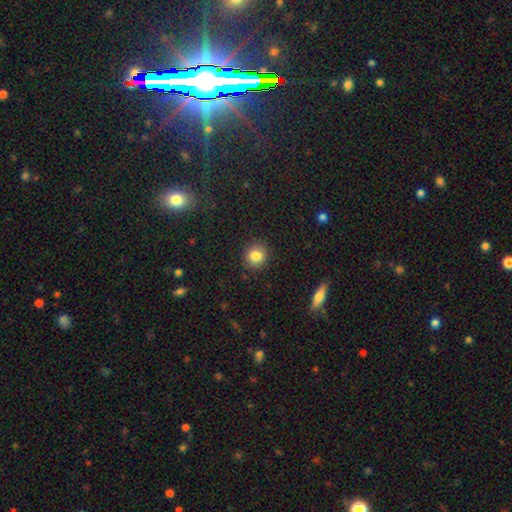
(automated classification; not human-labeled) Overall: smooth (83%). How rounded: round (85%). Merging: none (90%).